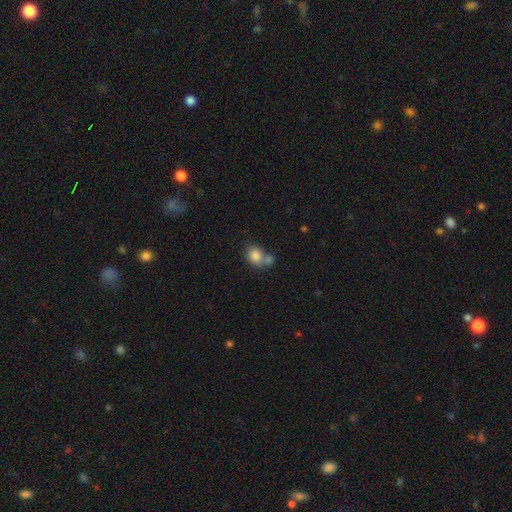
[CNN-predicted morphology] Smooth or featured: smooth — 83% (star or artifact — 9%)
How rounded: in between — 56% (round — 43%)
Merging: merger — 42% (none — 41%)